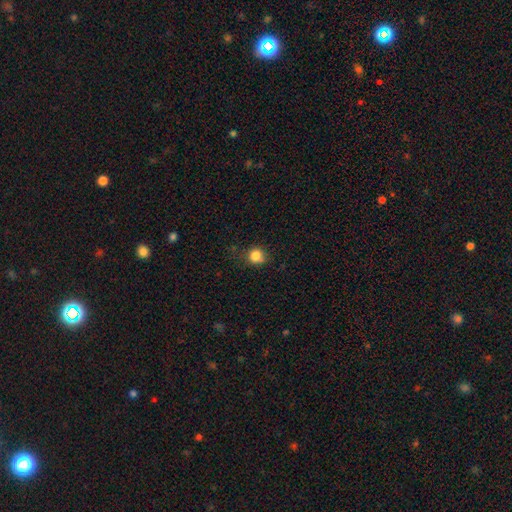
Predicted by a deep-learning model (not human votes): A smooth galaxy with no disk features (84%) that is round (82%).

Vote fractions:
- Smooth or featured? smooth: 84% / star or artifact: 11% / featured or disk: 5%
- How rounded? round: 82% / in between: 17% / cigar-shaped: 1%
- Merging? none: 71% / minor disturbance: 22% / major disturbance: 6% / merger: 2%